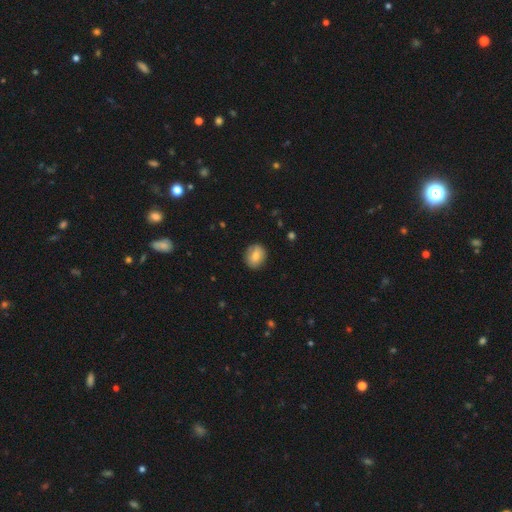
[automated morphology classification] Smooth or featured? Predicted: smooth (p=0.77). How rounded? Predicted: round (p=0.60). Merging? Predicted: none (p=0.85).